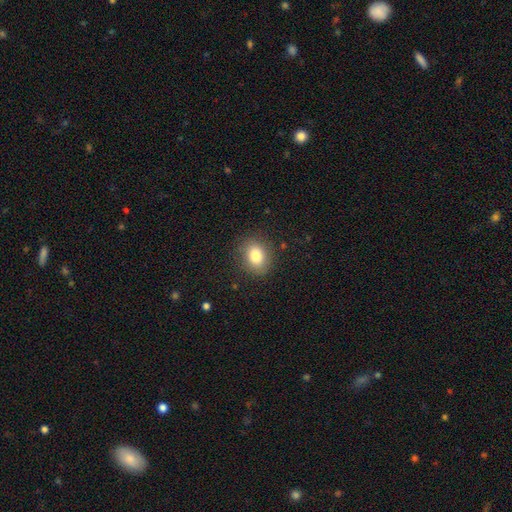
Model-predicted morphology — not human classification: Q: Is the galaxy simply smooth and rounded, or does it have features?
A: smooth — 81%.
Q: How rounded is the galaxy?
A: in between — 55%.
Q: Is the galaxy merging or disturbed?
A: none — 85%.